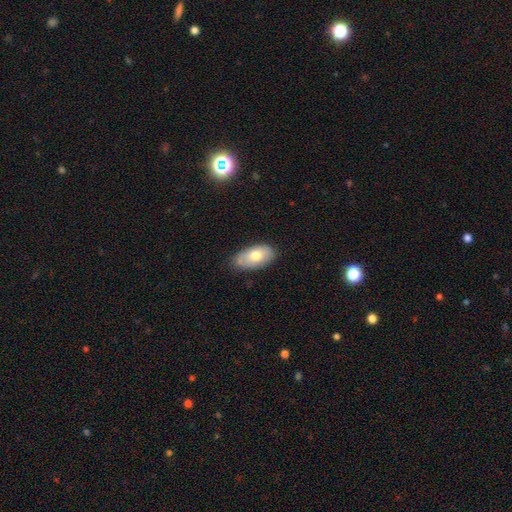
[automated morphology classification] Overall: smooth (70%). How rounded: in between (93%). Merging: none (71%).